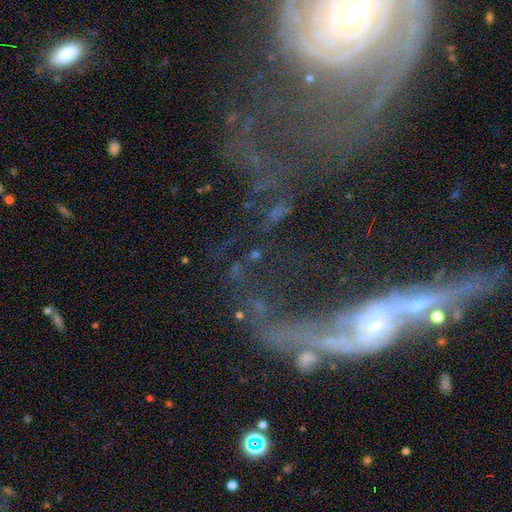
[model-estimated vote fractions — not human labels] A featured or disk galaxy (61%) with no bar (57%), spiral arms (61%) and a small central bulge (53%). Merging: major disturbance (33%).